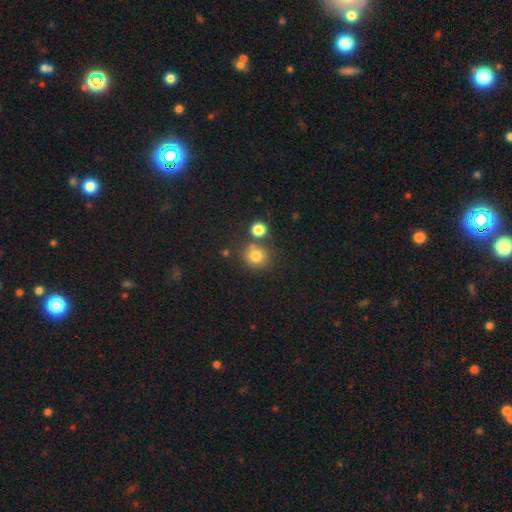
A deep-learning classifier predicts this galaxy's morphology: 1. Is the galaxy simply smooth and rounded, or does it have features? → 79% smooth, 14% star or artifact, 7% featured or disk.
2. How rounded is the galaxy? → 87% round, 12% in between, 1% cigar-shaped.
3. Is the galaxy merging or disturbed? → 69% none, 18% merger, 9% minor disturbance, 3% major disturbance.